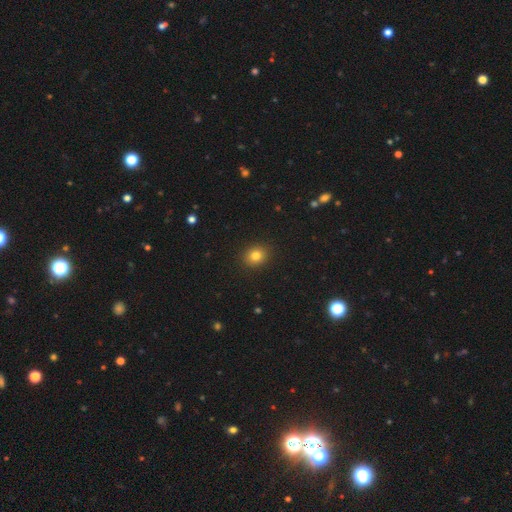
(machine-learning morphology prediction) smooth 81%, star or artifact 12%, featured or disk 7%. Down the decision tree: how rounded — round (67%); merging — none (91%).